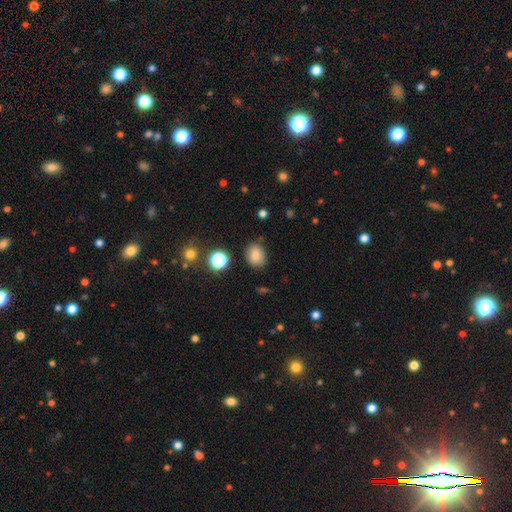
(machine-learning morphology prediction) smooth_or_featured: smooth (p=0.82) [alt: star or artifact p=0.12]
how_rounded: in between (p=0.56) [alt: round p=0.43]
merging: none (p=0.83) [alt: minor disturbance p=0.11]